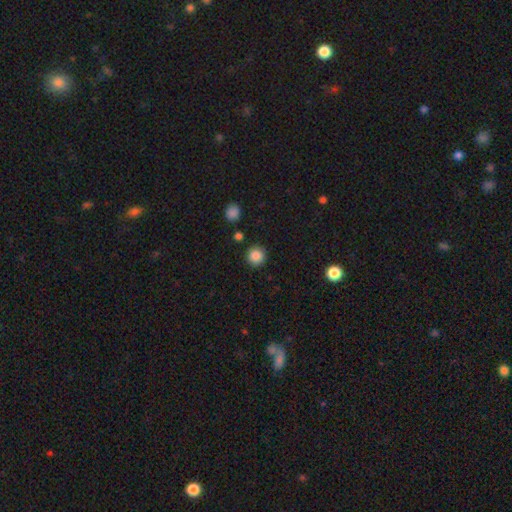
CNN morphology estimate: A smooth galaxy with no disk features (87%) that is round (94%). Merging: none (90%).